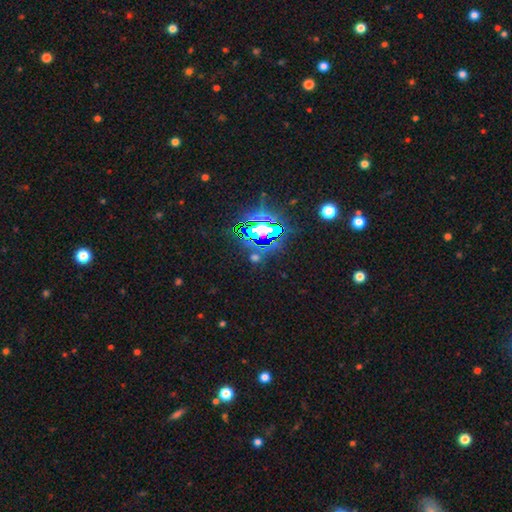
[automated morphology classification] A star or artifact, not a galaxy (80%).